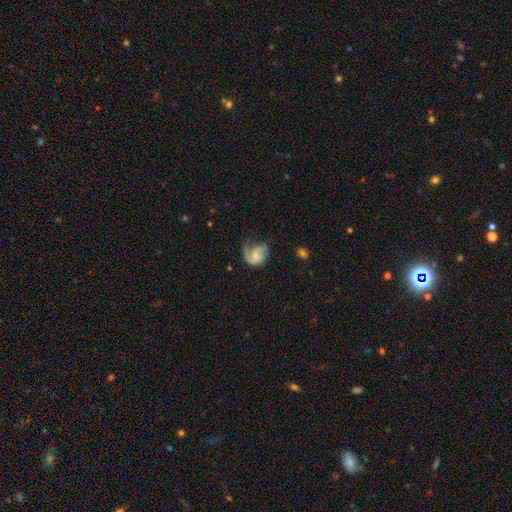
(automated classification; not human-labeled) A featured or disk galaxy (73%) with no bar (57%), 2 (48%) medium (43%) spiral arms (93%) and no central bulge (38%). Merging: none (44%).